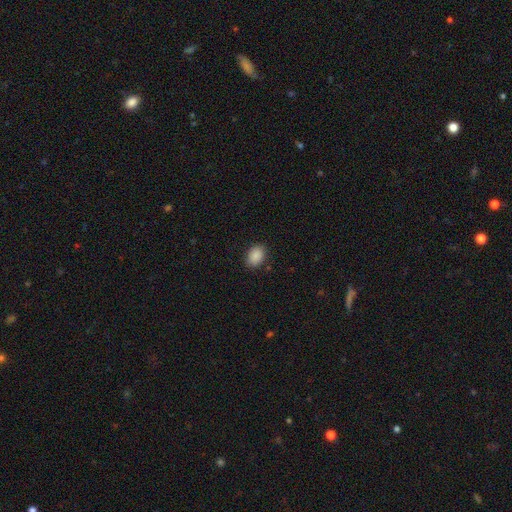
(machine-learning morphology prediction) smooth 89%, star or artifact 8%, featured or disk 3%. Down the decision tree: how rounded — in between (82%); merging — none (87%).